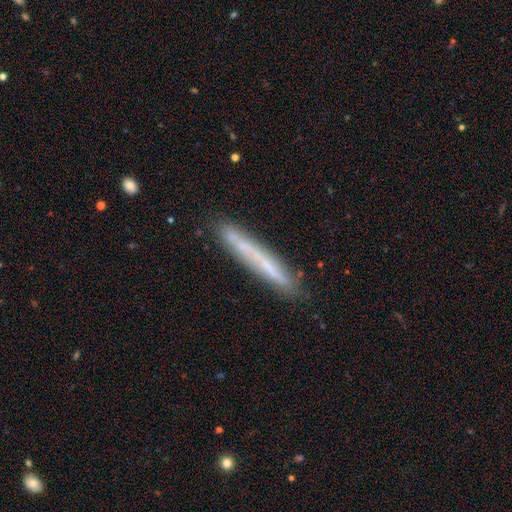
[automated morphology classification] Overall: smooth (46%, tied with featured or disk). Merging: none (80%).